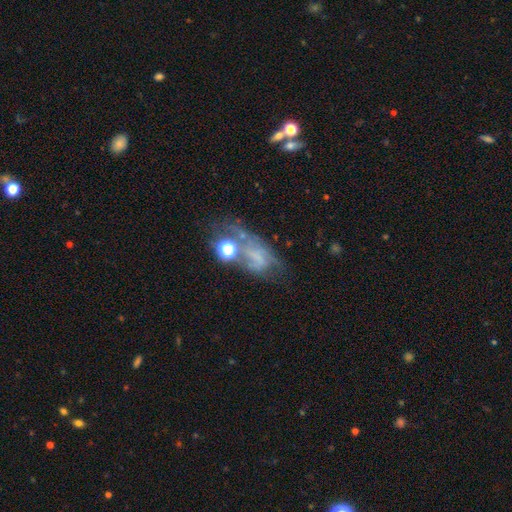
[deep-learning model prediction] Smooth or featured? featured or disk (50%)
Edge-on disk? no (94%)
Merging? major disturbance (34%)